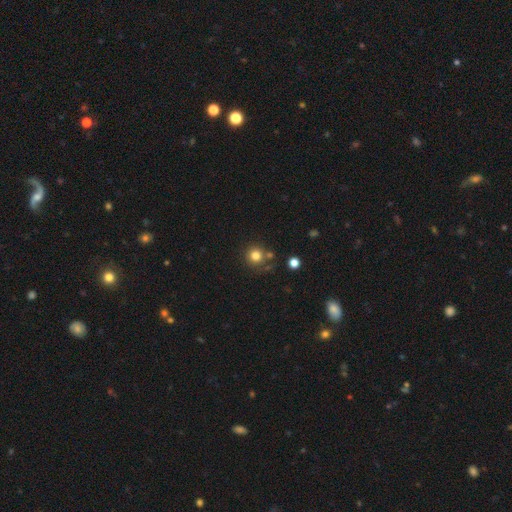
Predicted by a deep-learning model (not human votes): The model was most divided on "merging": none: 73%, merger: 12%, minor disturbance: 11%, major disturbance: 4%. More confident: how rounded — round (92%); smooth or featured — smooth (80%).